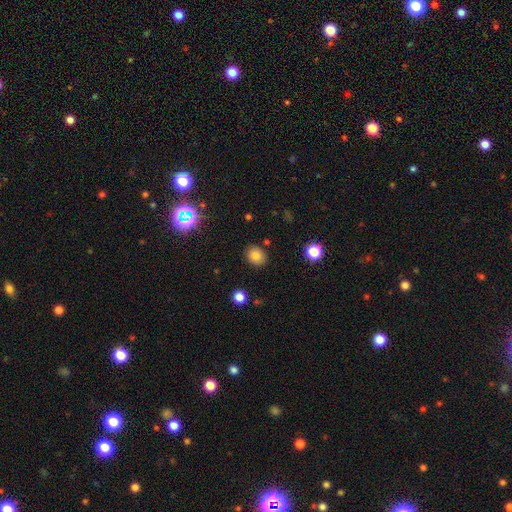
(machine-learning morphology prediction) Smooth or featured? smooth (81%)
How rounded? round (56%)
Merging? none (85%)